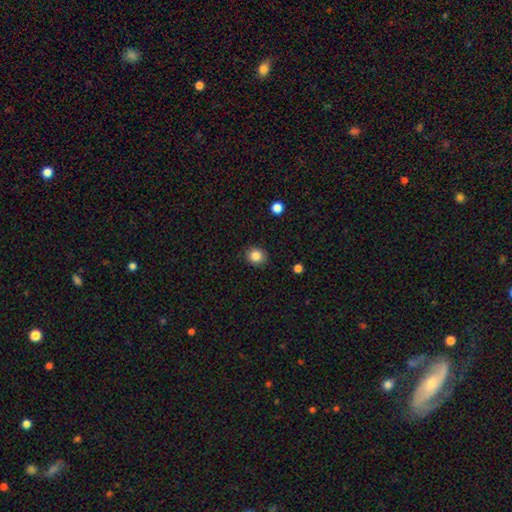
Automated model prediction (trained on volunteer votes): A smooth galaxy with no disk features (85%) that is round (86%). Merging: none (89%).